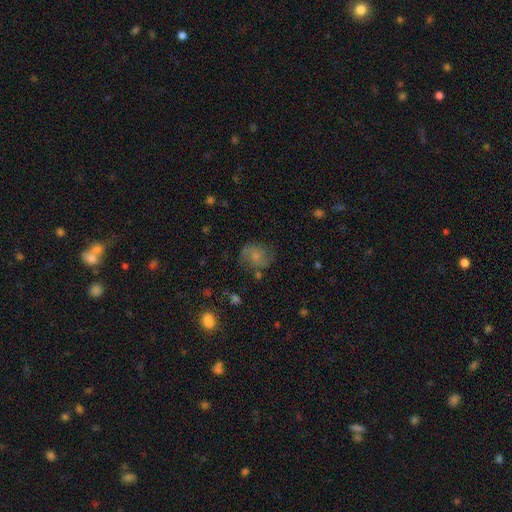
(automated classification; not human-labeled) This is possibly a smooth galaxy (51%). How rounded: likely round (66%). Merging: likely none (62%).